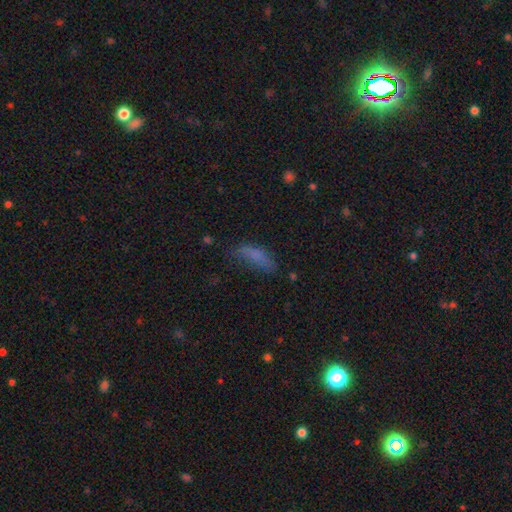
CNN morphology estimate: A smooth galaxy with no disk features (72%) that is in between round and cigar-shaped (60%).

Vote fractions:
- Smooth or featured? smooth: 72% / featured or disk: 15% / star or artifact: 12%
- How rounded? in between: 60% / cigar-shaped: 37% / round: 3%
- Merging? none: 48% / minor disturbance: 31% / major disturbance: 18% / merger: 3%